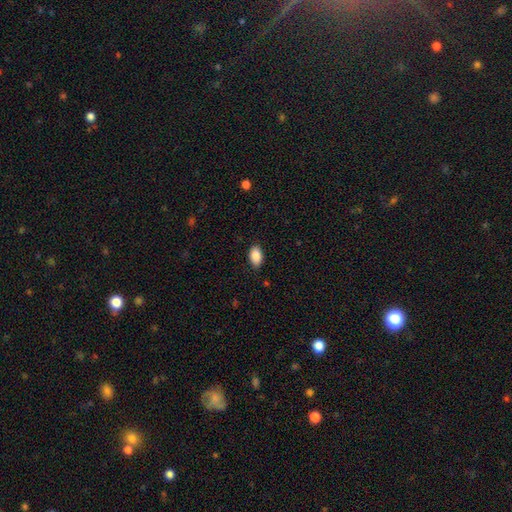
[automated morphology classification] smooth 89%, star or artifact 7%, featured or disk 4%. Down the decision tree: how rounded — in between (92%); merging — none (87%).